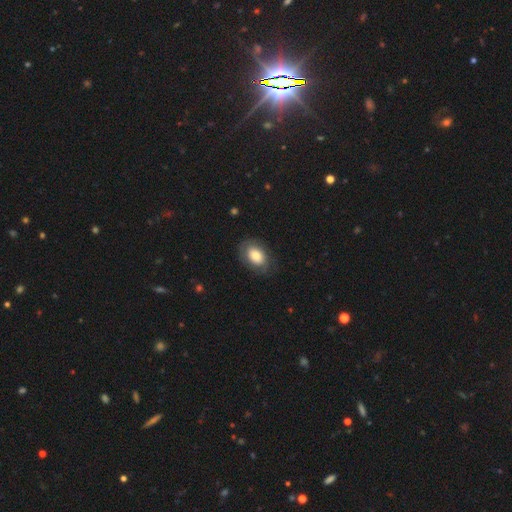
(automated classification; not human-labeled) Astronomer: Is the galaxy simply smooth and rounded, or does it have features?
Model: smooth — 76%.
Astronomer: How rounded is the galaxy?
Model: in between — 85%.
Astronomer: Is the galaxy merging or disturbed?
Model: none — 77%.